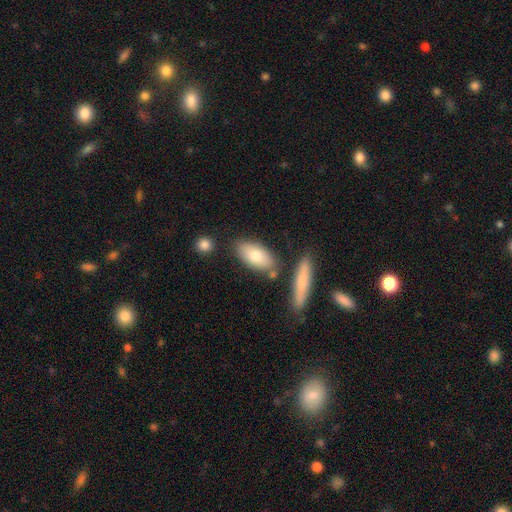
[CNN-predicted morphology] Smooth or featured?
  - smooth: 76% *
  - featured or disk: 18%
  - star or artifact: 6%
How rounded?
  - in between: 88% *
  - cigar-shaped: 9%
  - round: 4%
Merging?
  - none: 73% *
  - minor disturbance: 13%
  - merger: 10%
  - major disturbance: 3%